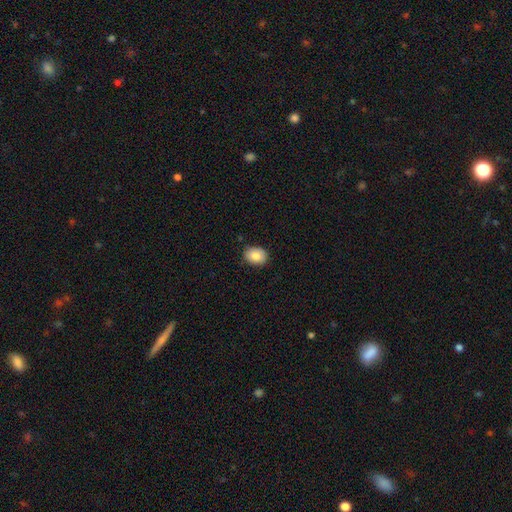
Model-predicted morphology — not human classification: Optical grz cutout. It shows a smooth galaxy with no disk features (82%) that is in between round and cigar-shaped (66%). Merging: none (86%).